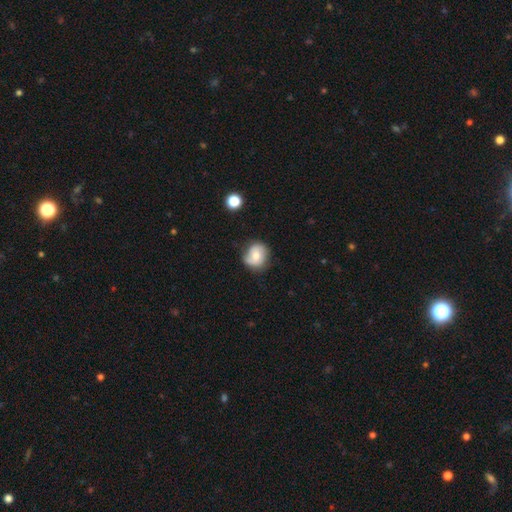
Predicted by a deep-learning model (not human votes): smooth-or-featured: smooth: 54% | featured or disk: 38% | star or artifact: 8%
  how-rounded: round: 77% | in between: 22% | cigar-shaped: 1%
  merging: none: 70% | minor disturbance: 22% | major disturbance: 6% | merger: 2%